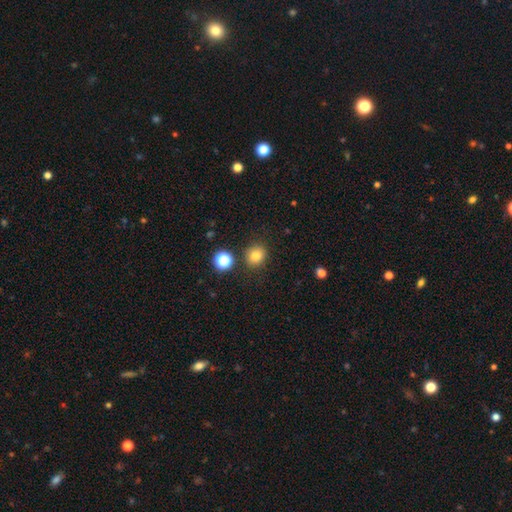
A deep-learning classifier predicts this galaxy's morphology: Smooth or featured? Predicted: smooth (p=0.80). How rounded? Predicted: round (p=0.79). Merging? Predicted: none (p=0.85).